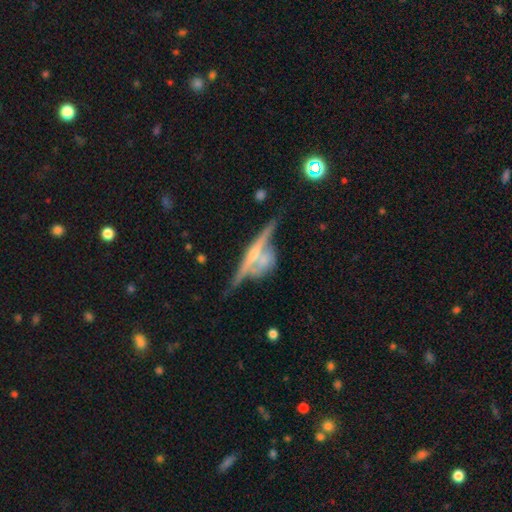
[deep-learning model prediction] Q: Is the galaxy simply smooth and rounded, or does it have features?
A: featured or disk — 72%.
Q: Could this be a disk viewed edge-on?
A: yes — 91%.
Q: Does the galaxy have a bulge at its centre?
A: rounded — 63%.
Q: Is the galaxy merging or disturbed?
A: none — 48%.